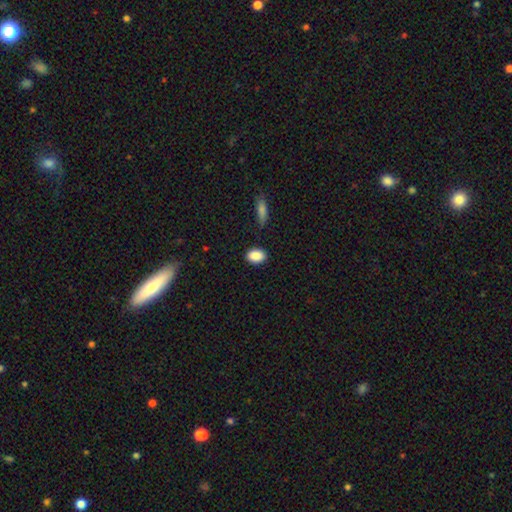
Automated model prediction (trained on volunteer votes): This is clearly a smooth galaxy (89%). How rounded: likely in between (80%). Merging: clearly none (87%).